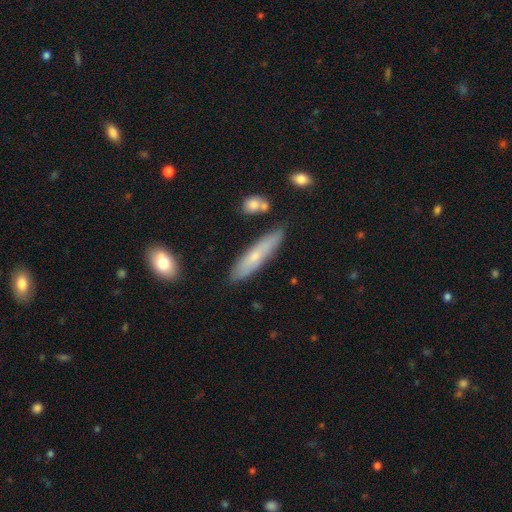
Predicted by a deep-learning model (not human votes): Smooth or featured? smooth (56%)
How rounded? cigar-shaped (82%)
Merging? none (81%)